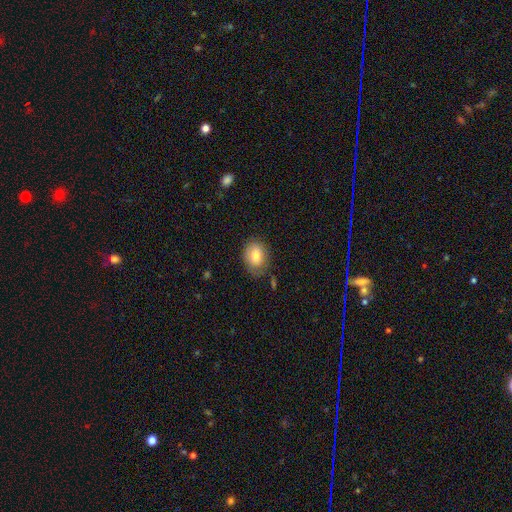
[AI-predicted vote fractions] smooth-or-featured: smooth: 81% | featured or disk: 12% | star or artifact: 8%
  how-rounded: in between: 74% | round: 25% | cigar-shaped: 1%
  merging: none: 70% | minor disturbance: 22% | major disturbance: 6% | merger: 2%